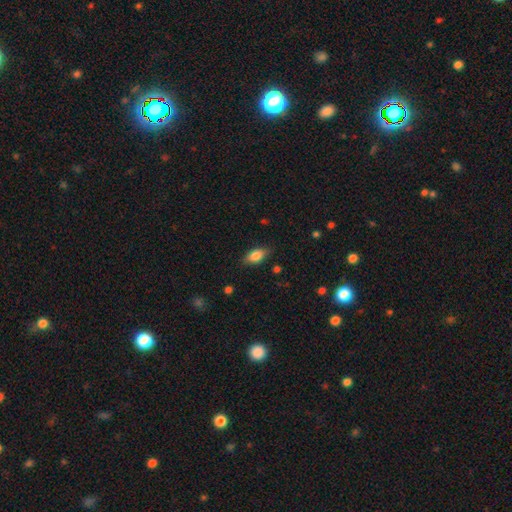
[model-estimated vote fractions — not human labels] A smooth galaxy with no disk features (82%) that is in between round and cigar-shaped (87%).

Vote fractions:
- Smooth or featured? smooth: 82% / featured or disk: 10% / star or artifact: 8%
- How rounded? in between: 87% / cigar-shaped: 7% / round: 5%
- Merging? none: 82% / minor disturbance: 14% / major disturbance: 3% / merger: 1%